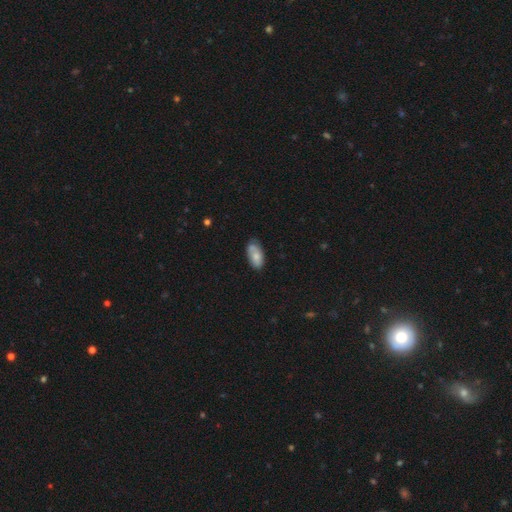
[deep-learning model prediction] Overall: smooth (67%). How rounded: in between (92%). Merging: none (61%; minor disturbance 26%).